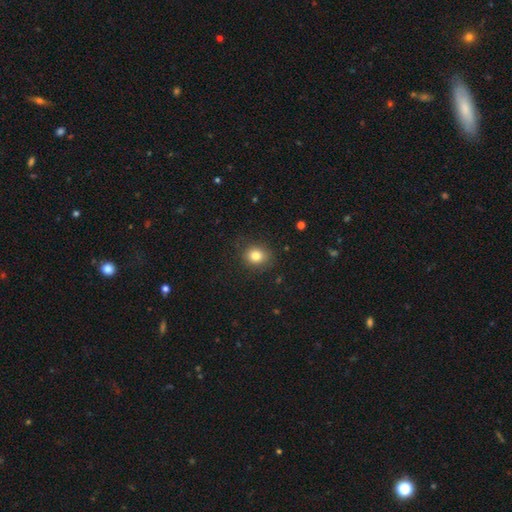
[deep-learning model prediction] Smooth or featured? Predicted: smooth (p=0.81). How rounded? Predicted: round (p=0.72). Merging? Predicted: none (p=0.85).